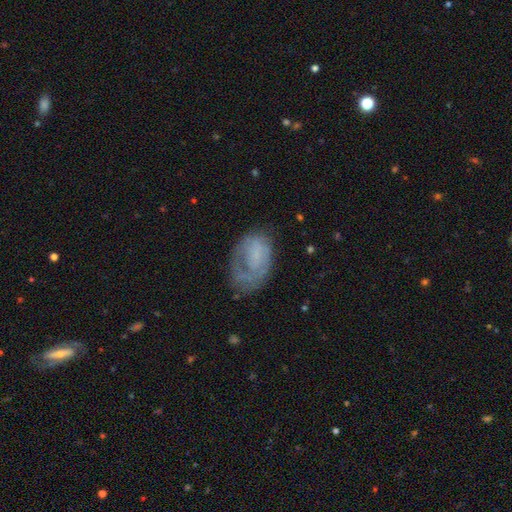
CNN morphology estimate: This appears to be a featured or disk galaxy (52%) with no bar (70%), spiral arms (62%) and no central bulge (59%). Merging: none (48%).